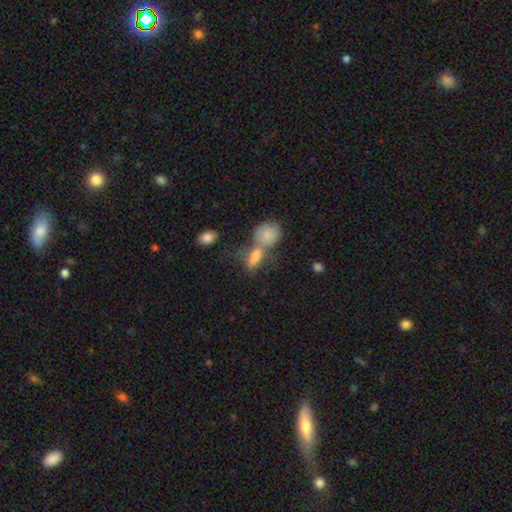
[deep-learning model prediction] Overall: smooth (66%). How rounded: in between (63%). Merging: merger (46%; none 35%).